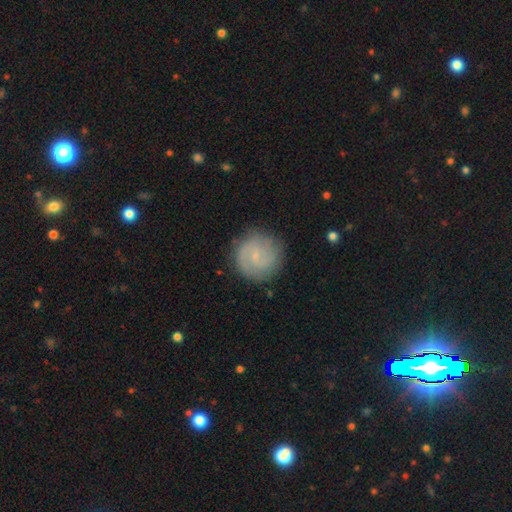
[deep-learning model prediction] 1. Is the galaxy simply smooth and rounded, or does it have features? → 56% featured or disk, 37% smooth, 7% star or artifact.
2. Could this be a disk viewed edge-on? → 98% no, 2% yes.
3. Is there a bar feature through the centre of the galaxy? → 50% no, 44% weak, 6% strong.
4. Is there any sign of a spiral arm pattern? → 89% yes, 11% no.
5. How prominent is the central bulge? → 75% small, 13% none, 11% moderate, 1% large, 1% dominant.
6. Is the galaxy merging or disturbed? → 84% none, 11% minor disturbance, 4% major disturbance, 1% merger.